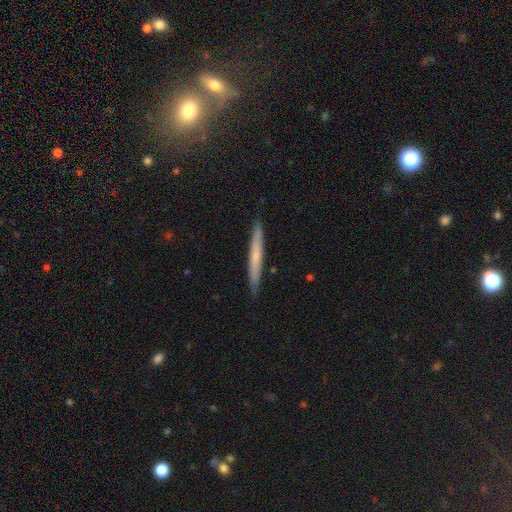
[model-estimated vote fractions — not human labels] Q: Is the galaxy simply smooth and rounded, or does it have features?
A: smooth — 55%.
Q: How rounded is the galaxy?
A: cigar-shaped — 97%.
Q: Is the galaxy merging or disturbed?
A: none — 91%.